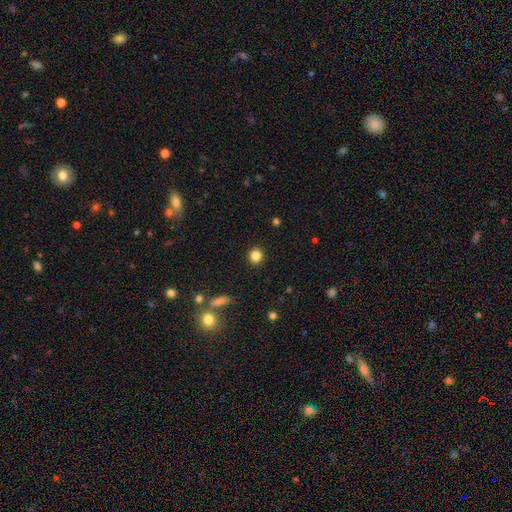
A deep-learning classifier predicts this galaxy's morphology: A smooth galaxy with no disk features (84%) that is round (89%).

Vote fractions:
- Smooth or featured? smooth: 84% / star or artifact: 11% / featured or disk: 5%
- How rounded? round: 89% / in between: 10% / cigar-shaped: 1%
- Merging? none: 91% / minor disturbance: 5% / major disturbance: 2% / merger: 1%